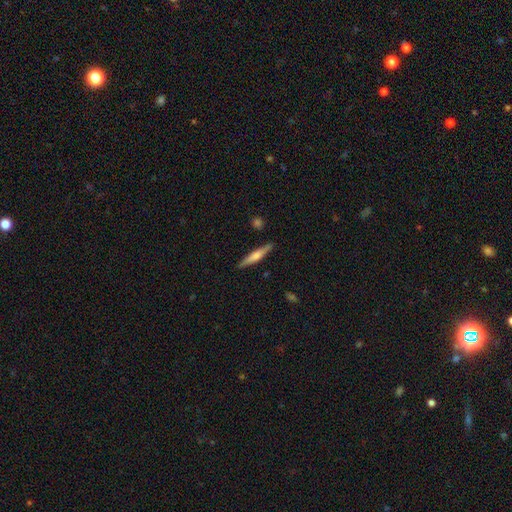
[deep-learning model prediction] This appears to be a featured or disk galaxy (49%). Merging: none (88%).